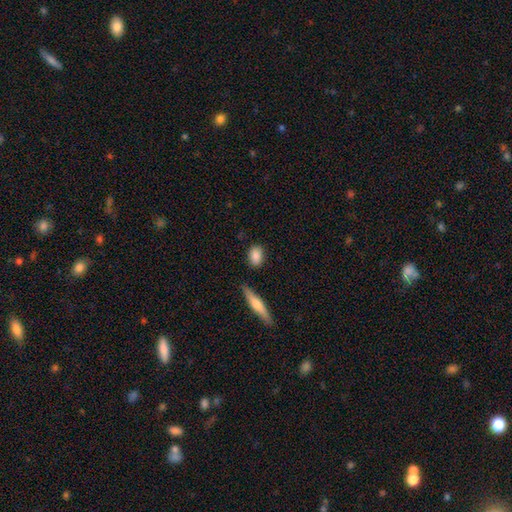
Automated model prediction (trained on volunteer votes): Morphology: type=smooth (86%); roundness=in between (74%); merging=none (82%).